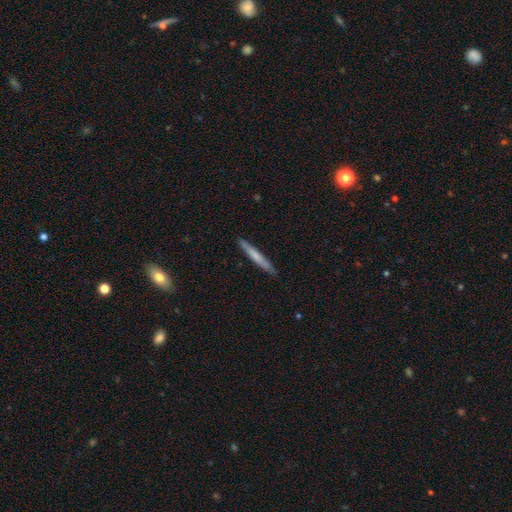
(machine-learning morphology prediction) A smooth galaxy with no disk features (61%) that is cigar-shaped (96%). Merging: none (89%).